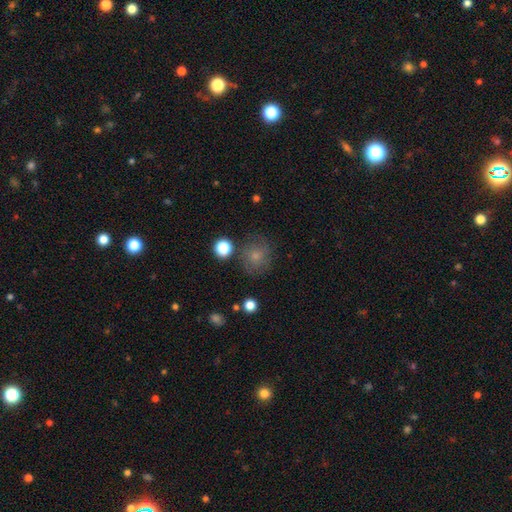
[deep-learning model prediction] Morphology: type=smooth (75%); roundness=round (85%); merging=none (72%).